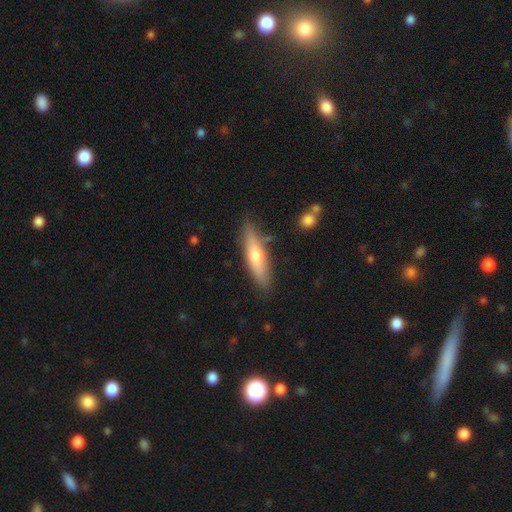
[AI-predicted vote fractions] Smooth or featured?
  - smooth: 57% *
  - featured or disk: 37%
  - star or artifact: 6%
How rounded?
  - cigar-shaped: 75% *
  - in between: 23%
  - round: 2%
Merging?
  - none: 81% *
  - minor disturbance: 14%
  - merger: 3%
  - major disturbance: 3%